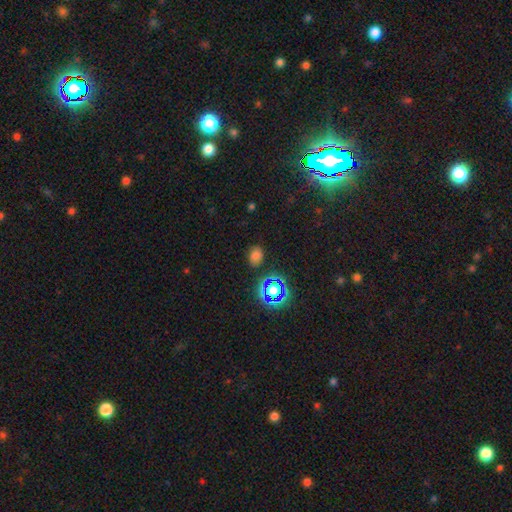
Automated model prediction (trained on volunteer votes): The model was most divided on "how rounded": in between: 63%, round: 36%, cigar-shaped: 1%. More confident: merging — none (81%); smooth or featured — smooth (67%).